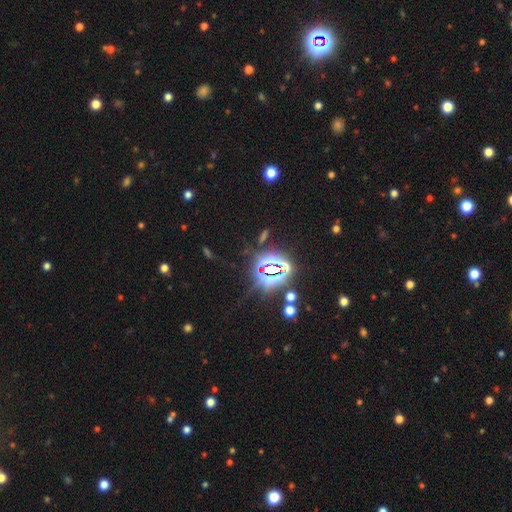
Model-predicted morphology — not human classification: A star or artifact, not a galaxy (83%).